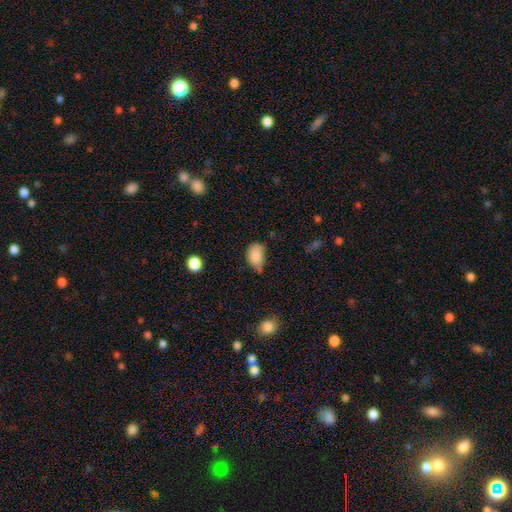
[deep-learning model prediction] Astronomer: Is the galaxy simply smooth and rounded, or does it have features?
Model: smooth — 84%.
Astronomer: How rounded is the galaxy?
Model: in between — 80%.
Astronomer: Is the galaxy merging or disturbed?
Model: none — 45% (runner-up: minor disturbance, 40%).